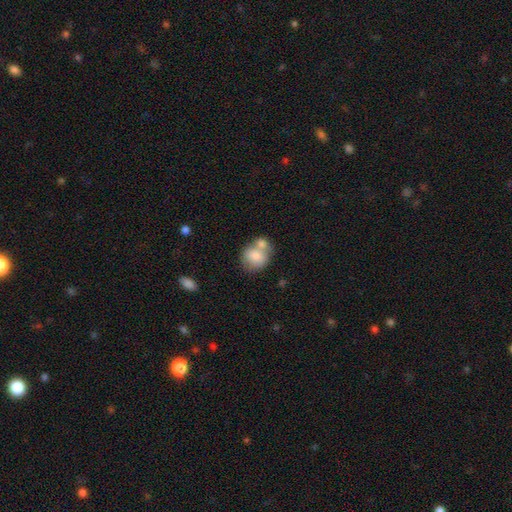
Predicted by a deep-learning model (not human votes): The model was most divided on "merging": merger: 50%, none: 35%, minor disturbance: 11%, major disturbance: 4%. More confident: smooth or featured — smooth (75%); how rounded — round (74%).